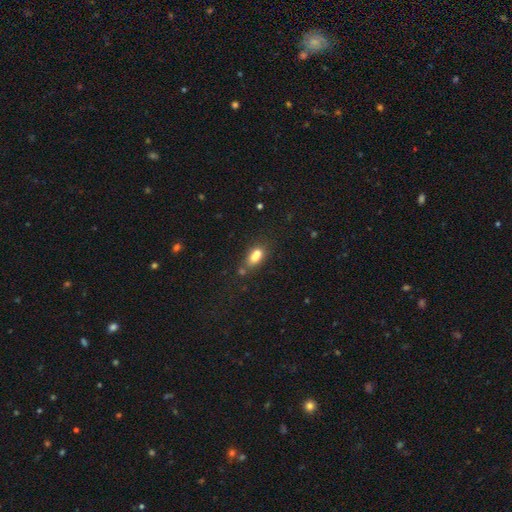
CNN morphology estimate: smooth_or_featured: smooth (p=0.74) [alt: featured or disk p=0.13]
how_rounded: in between (p=0.79) [alt: round p=0.12]
merging: none (p=0.45) [alt: merger p=0.34]